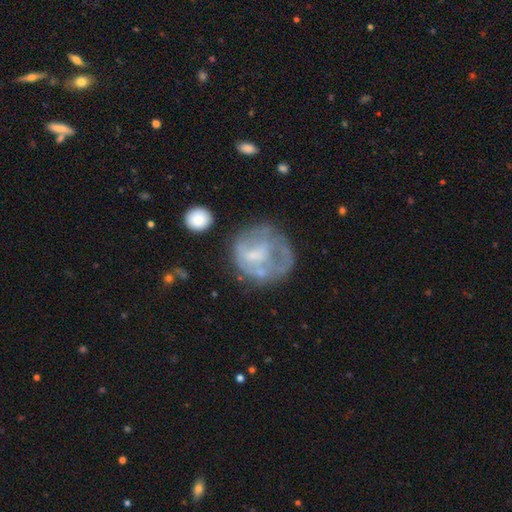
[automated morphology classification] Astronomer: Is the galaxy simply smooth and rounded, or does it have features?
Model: featured or disk — 54% (runner-up: smooth, 37%).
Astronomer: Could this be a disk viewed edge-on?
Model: no — 97%.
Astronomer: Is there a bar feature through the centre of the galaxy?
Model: no — 66%.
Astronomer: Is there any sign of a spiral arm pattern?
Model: no — 69%.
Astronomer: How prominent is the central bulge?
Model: none — 36% (runner-up: small, 34%).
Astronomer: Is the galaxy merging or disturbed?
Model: none — 44% (runner-up: major disturbance, 28%).